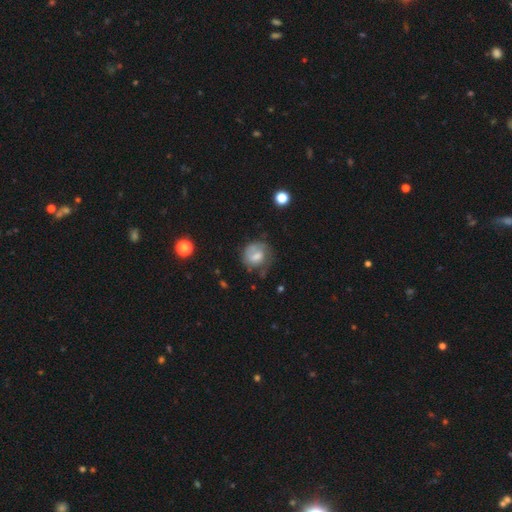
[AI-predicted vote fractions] Smooth or featured?
  - smooth: 51% *
  - featured or disk: 40%
  - star or artifact: 9%
How rounded?
  - round: 70% *
  - in between: 29%
  - cigar-shaped: 1%
Merging?
  - none: 52% *
  - minor disturbance: 26%
  - major disturbance: 18%
  - merger: 3%